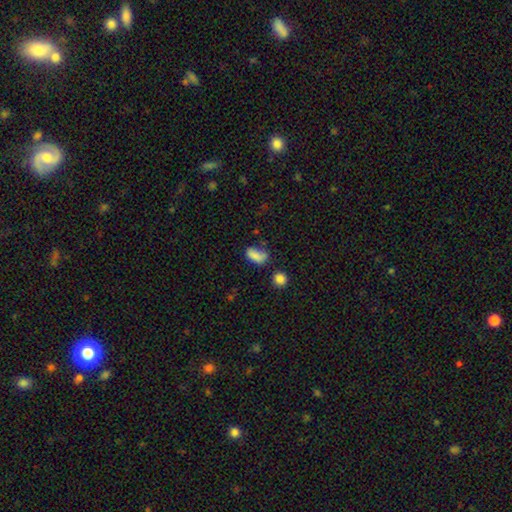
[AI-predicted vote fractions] Morphology: type=smooth (81%); roundness=in between (85%); merging=none (49%).